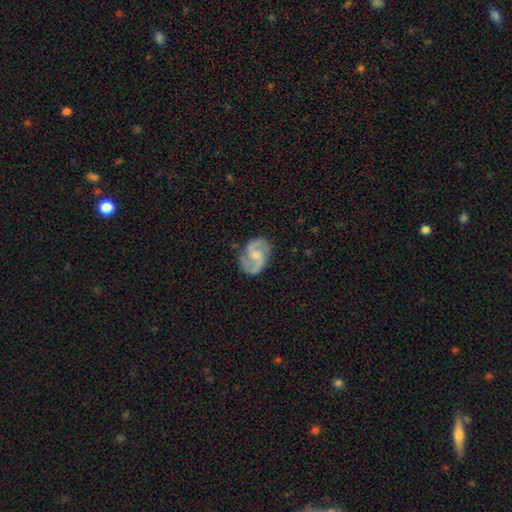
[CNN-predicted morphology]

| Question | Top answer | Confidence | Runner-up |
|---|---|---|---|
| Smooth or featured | featured or disk | 84% | smooth (11%) |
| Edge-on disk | no | 98% | yes (2%) |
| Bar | weak | 49% | no (42%) |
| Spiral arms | yes | 96% | no (4%) |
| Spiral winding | medium | 56% | loose (25%) |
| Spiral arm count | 2 | 91% | can't tell (4%) |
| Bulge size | moderate | 48% | small (39%) |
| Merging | none | 76% | minor disturbance (17%) |